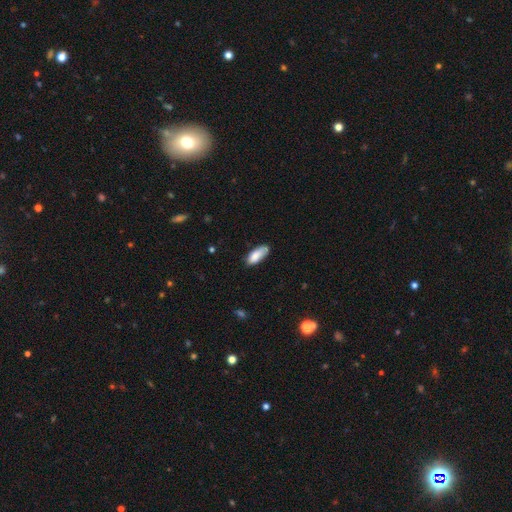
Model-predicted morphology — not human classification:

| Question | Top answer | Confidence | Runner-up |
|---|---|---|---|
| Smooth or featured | smooth | 84% | featured or disk (10%) |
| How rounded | in between | 79% | cigar-shaped (19%) |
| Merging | none | 63% | minor disturbance (29%) |